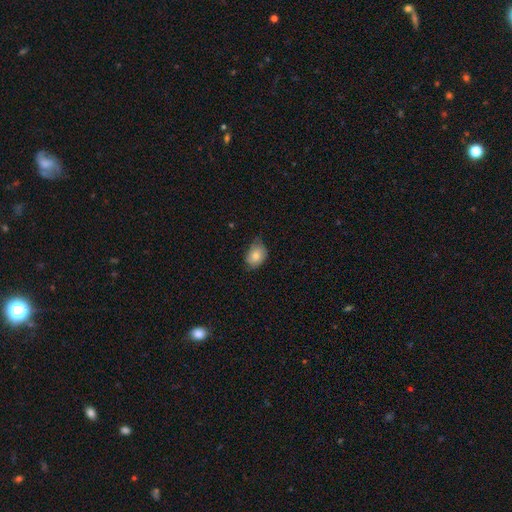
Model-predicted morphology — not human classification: Overall: smooth (80%). How rounded: in between (72%). Merging: none (57%; minor disturbance 36%).